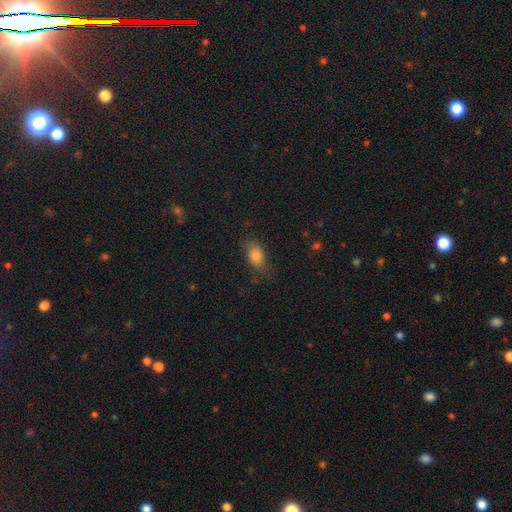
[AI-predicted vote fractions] smooth-or-featured: smooth: 81% | star or artifact: 11% | featured or disk: 9%
  how-rounded: in between: 84% | round: 10% | cigar-shaped: 5%
  merging: none: 69% | minor disturbance: 21% | major disturbance: 8% | merger: 1%